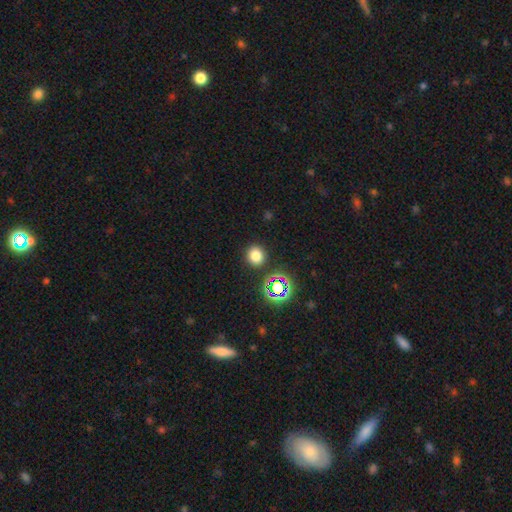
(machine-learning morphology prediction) type=smooth (74%); roundness=round (88%); merging=none (88%).